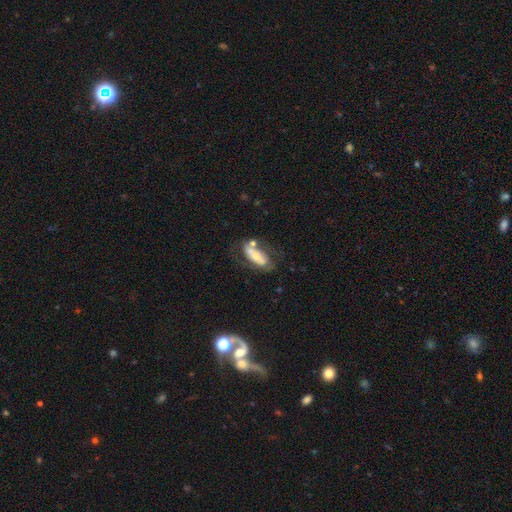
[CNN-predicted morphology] Smooth or featured? featured or disk (54%)
Edge-on disk? no (80%)
Merging? none (50%)